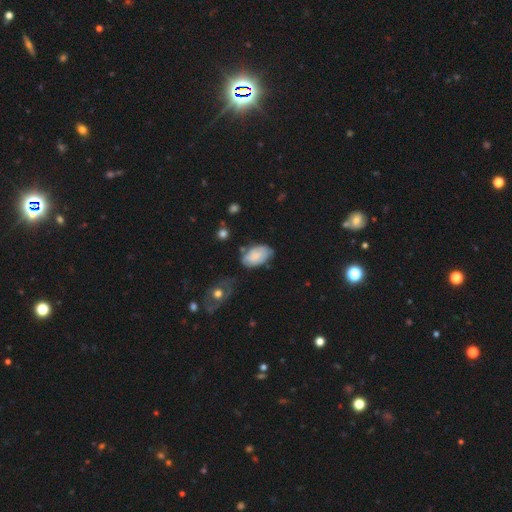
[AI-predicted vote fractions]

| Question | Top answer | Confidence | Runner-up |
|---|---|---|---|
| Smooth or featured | smooth | 66% | featured or disk (26%) |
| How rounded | in between | 92% | round (6%) |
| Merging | none | 62% | minor disturbance (26%) |